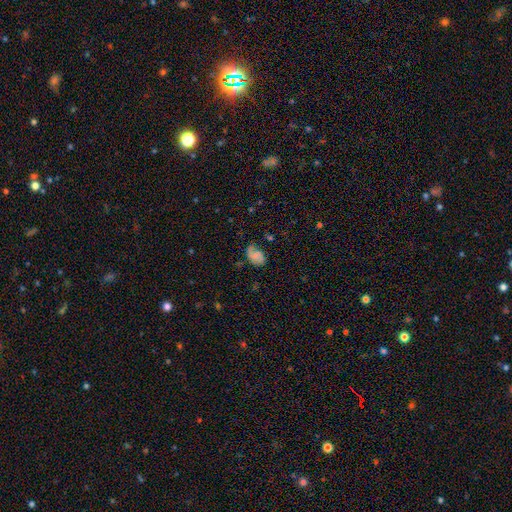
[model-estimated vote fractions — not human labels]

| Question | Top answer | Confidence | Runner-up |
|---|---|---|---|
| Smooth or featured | smooth | 47% | featured or disk (42%) |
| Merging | none | 48% | minor disturbance (30%) |